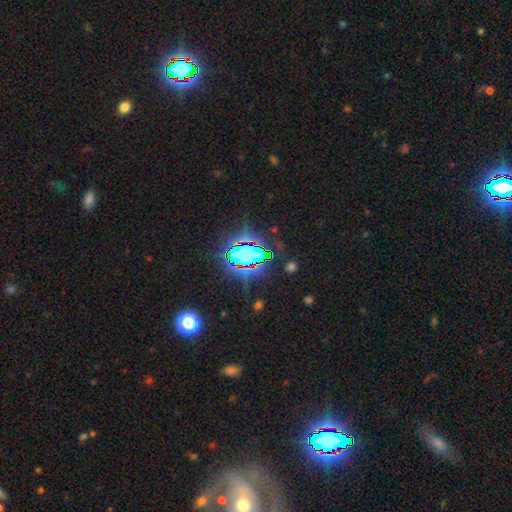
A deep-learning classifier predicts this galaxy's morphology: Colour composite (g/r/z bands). It shows a star or artifact, not a galaxy (82%).